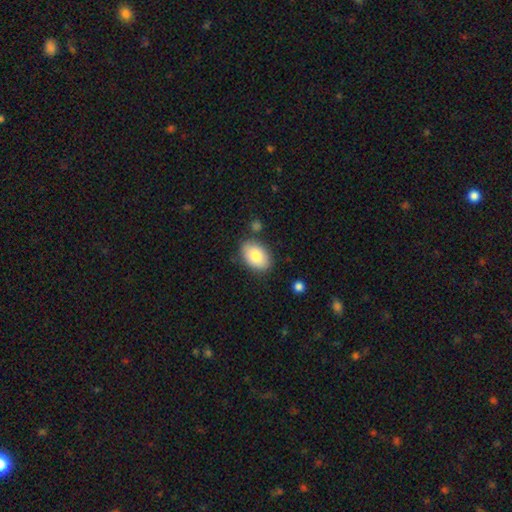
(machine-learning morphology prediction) Smooth or featured? Predicted: smooth (p=0.82). How rounded? Predicted: in between (p=0.89). Merging? Predicted: none (p=0.81).